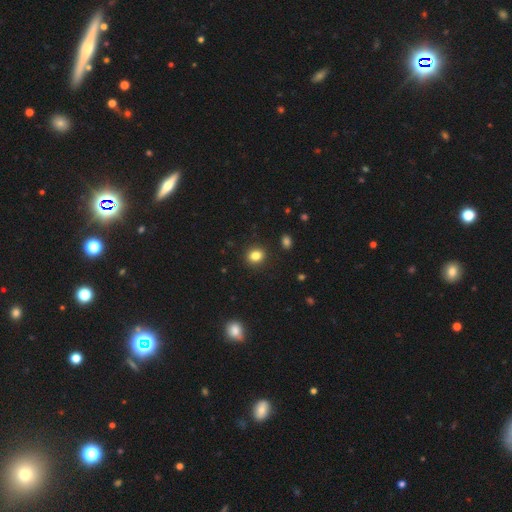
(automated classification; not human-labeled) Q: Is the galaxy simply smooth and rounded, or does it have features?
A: smooth — 84%.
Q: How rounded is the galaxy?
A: round — 67%.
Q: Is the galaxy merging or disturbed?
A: none — 90%.